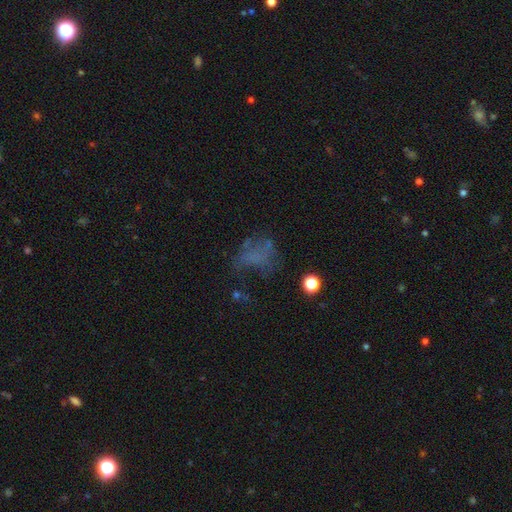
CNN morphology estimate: Q: Smooth or featured?
A: smooth (38%); runner-up: featured or disk (34%)
Q: Merging?
A: none (42%); runner-up: major disturbance (34%)